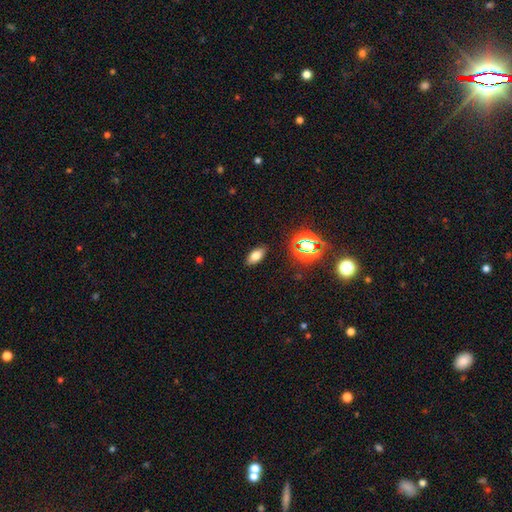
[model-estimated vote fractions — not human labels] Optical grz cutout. It shows a smooth galaxy with no disk features (71%) that is in between round and cigar-shaped (87%). Merging: none (87%).